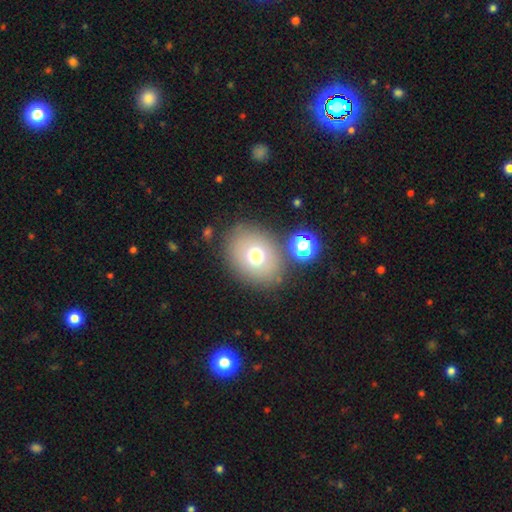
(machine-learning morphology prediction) smooth 70%, featured or disk 16%, star or artifact 14%. Down the decision tree: how rounded — round (52%); merging — none (78%).